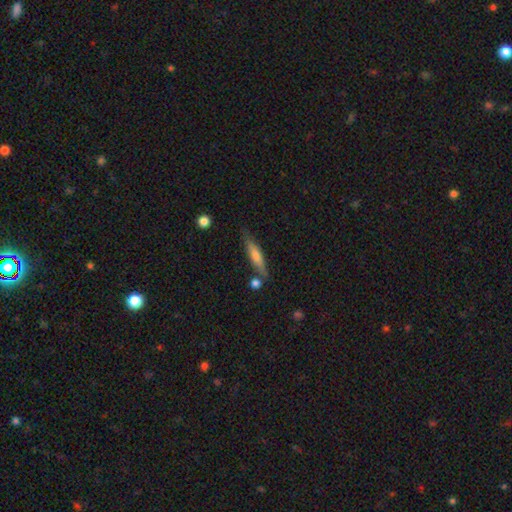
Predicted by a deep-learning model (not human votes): This is possibly a smooth galaxy (48%). Merging: likely none (80%).